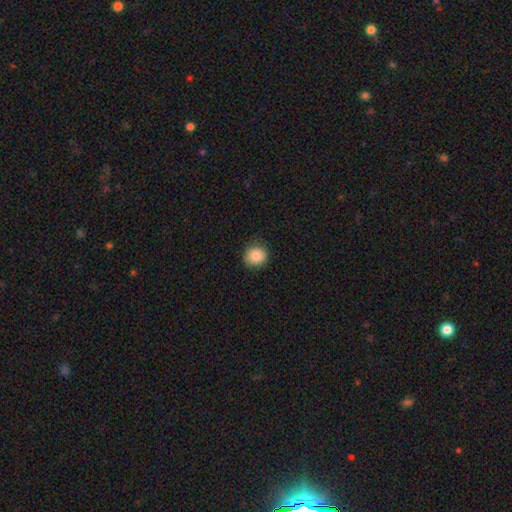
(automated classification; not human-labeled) Smooth or featured?
  - smooth: 86% *
  - star or artifact: 8%
  - featured or disk: 5%
How rounded?
  - round: 79% *
  - in between: 20%
  - cigar-shaped: 1%
Merging?
  - none: 85% *
  - minor disturbance: 11%
  - major disturbance: 2%
  - merger: 1%